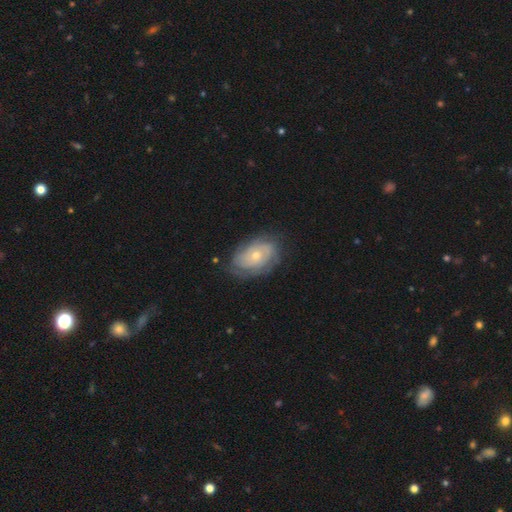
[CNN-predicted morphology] Q: Smooth or featured?
A: featured or disk (71%); runner-up: smooth (23%)
Q: Edge-on disk?
A: no (96%); runner-up: yes (4%)
Q: Bar?
A: no (81%); runner-up: weak (16%)
Q: Spiral arms?
A: yes (85%); runner-up: no (15%)
Q: Spiral winding?
A: tight (67%); runner-up: medium (24%)
Q: Spiral arm count?
A: can't tell (48%); runner-up: 2 (23%)
Q: Bulge size?
A: small (51%); runner-up: moderate (45%)
Q: Merging?
A: none (70%); runner-up: minor disturbance (21%)